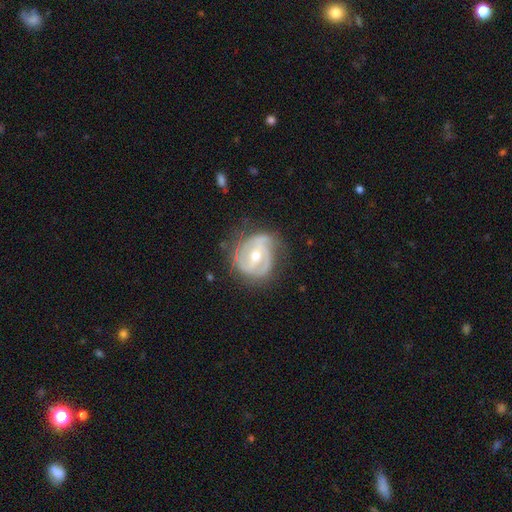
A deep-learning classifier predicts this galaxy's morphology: Overall: featured or disk (84%). Edge-on disk: no (98%). Bar: weak (47%; no 29%). Spiral arms: yes (92%). Spiral arm count: 2 (43%; 3 28%). Spiral winding: tight (50%; medium 38%). Bulge size: moderate (64%; small 33%). Merging: none (63%; minor disturbance 25%).